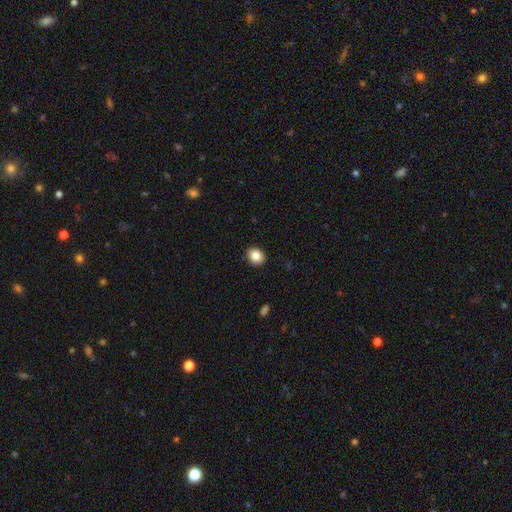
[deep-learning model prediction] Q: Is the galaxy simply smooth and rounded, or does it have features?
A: smooth — 85%.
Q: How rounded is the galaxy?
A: round — 67%.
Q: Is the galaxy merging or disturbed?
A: none — 90%.